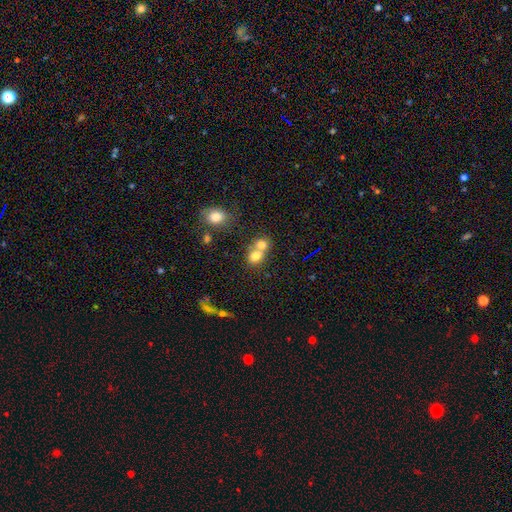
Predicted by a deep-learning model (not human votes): smooth 75%, featured or disk 14%, star or artifact 12%. Down the decision tree: how rounded — round (69%); merging — merger (63%).